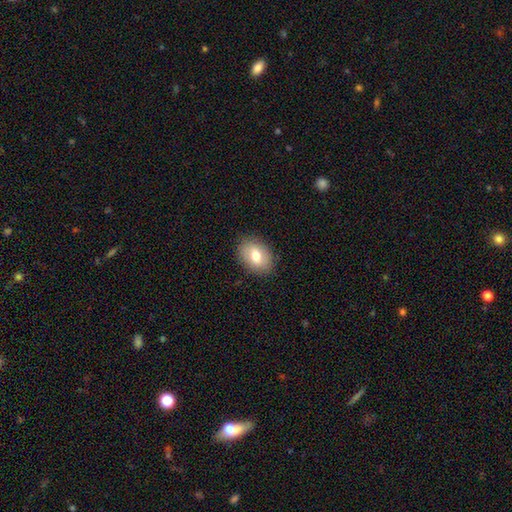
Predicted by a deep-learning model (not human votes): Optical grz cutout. It shows a smooth galaxy with no disk features (74%) that is in between round and cigar-shaped (78%). Merging: none (86%).